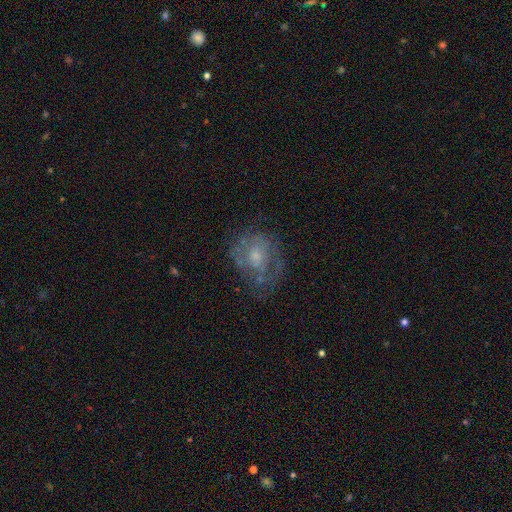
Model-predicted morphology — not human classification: Smooth or featured? Predicted: featured or disk (p=0.59). Edge-on disk? Predicted: no (p=0.97). Bar? Predicted: no (p=0.79). Spiral arms? Predicted: no (p=0.50, tied with yes). Bulge size? Predicted: small (p=0.44). Merging? Predicted: none (p=0.53).